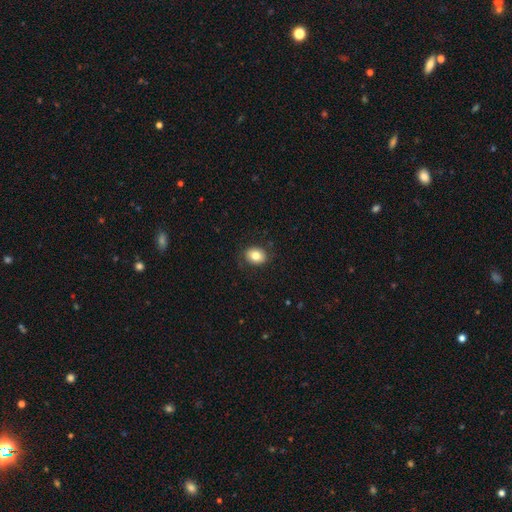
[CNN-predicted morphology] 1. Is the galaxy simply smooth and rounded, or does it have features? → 80% smooth, 11% featured or disk, 9% star or artifact.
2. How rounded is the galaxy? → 55% in between, 44% round, 1% cigar-shaped.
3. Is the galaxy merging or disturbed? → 84% none, 11% minor disturbance, 3% major disturbance, 1% merger.